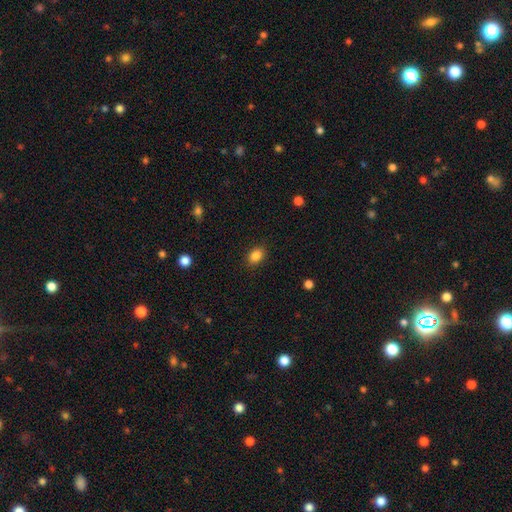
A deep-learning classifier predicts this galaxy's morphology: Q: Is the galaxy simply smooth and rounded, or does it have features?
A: smooth — 87%.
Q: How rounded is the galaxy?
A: in between — 73%.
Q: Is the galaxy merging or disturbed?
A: none — 87%.